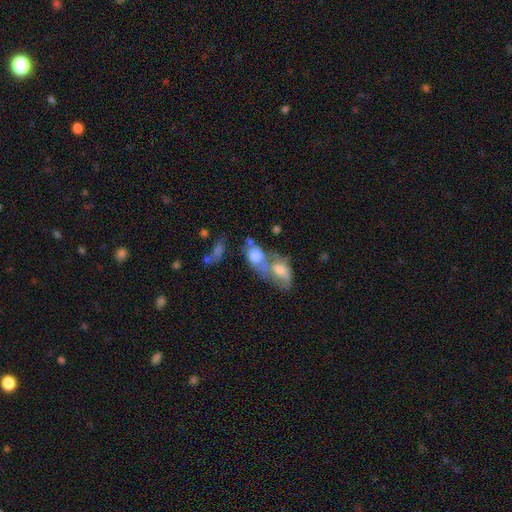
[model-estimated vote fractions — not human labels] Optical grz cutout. It shows a smooth galaxy with no disk features (61%) that is in between round and cigar-shaped (79%). Merging: merger (71%).